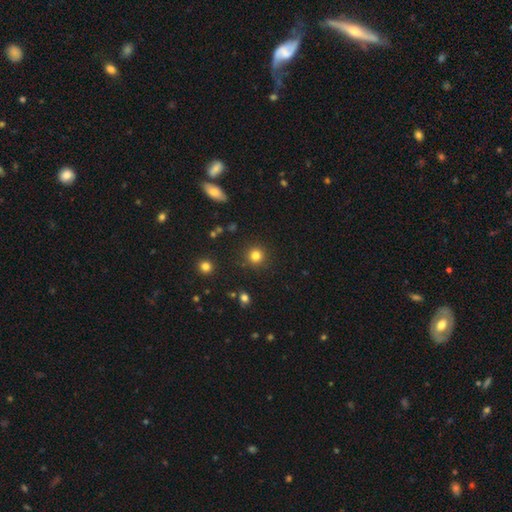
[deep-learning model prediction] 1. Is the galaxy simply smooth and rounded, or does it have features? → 81% smooth, 13% star or artifact, 5% featured or disk.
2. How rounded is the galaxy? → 93% round, 6% in between, 1% cigar-shaped.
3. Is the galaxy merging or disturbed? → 89% none, 6% minor disturbance, 3% major disturbance, 2% merger.